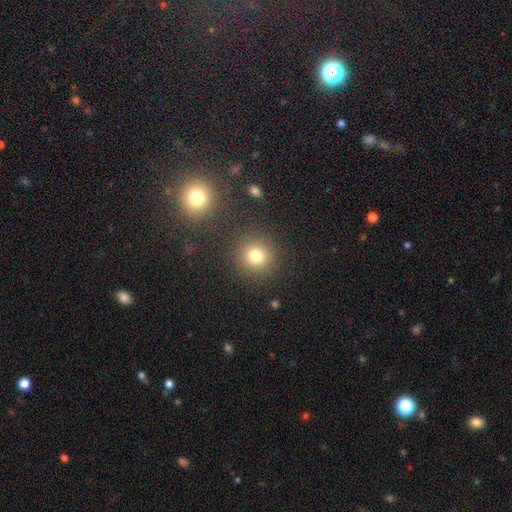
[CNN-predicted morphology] Smooth or featured: smooth — 78% (star or artifact — 15%)
How rounded: round — 92% (in between — 7%)
Merging: none — 86% (minor disturbance — 7%)